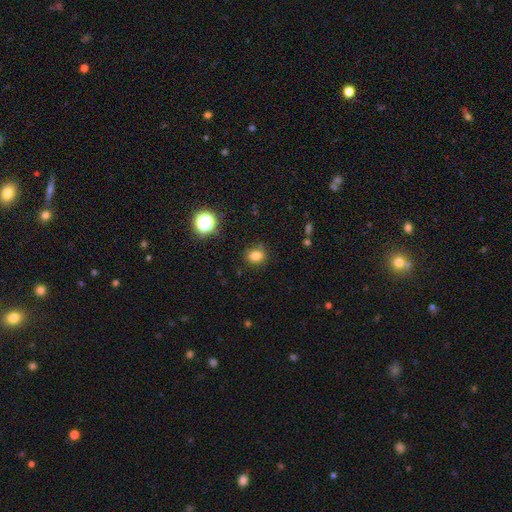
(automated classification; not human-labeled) smooth-or-featured: smooth: 80% | star or artifact: 14% | featured or disk: 6%
  how-rounded: round: 51% | in between: 48% | cigar-shaped: 1%
  merging: none: 82% | minor disturbance: 13% | major disturbance: 3% | merger: 2%